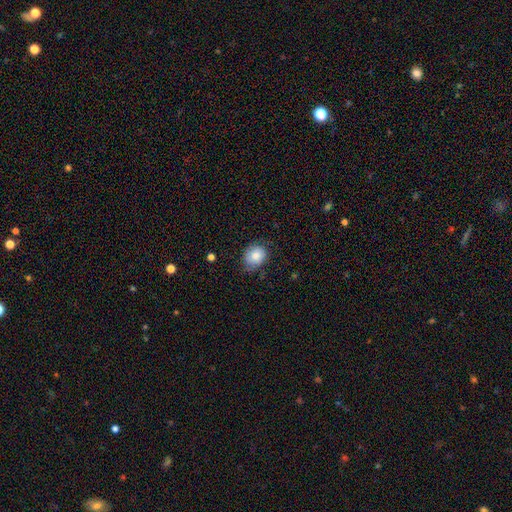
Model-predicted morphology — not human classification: smooth-or-featured: smooth: 81% | featured or disk: 11% | star or artifact: 8%
  how-rounded: round: 69% | in between: 30% | cigar-shaped: 1%
  merging: none: 70% | minor disturbance: 24% | major disturbance: 5% | merger: 1%